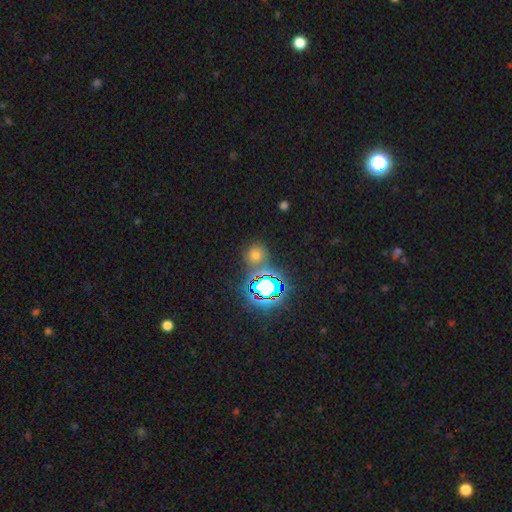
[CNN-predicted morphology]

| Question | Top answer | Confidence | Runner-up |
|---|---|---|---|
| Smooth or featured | smooth | 52% | star or artifact (40%) |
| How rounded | round | 85% | in between (13%) |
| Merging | none | 75% | merger (11%) |